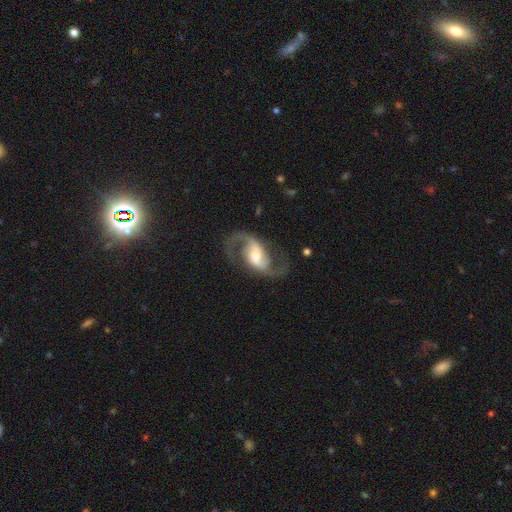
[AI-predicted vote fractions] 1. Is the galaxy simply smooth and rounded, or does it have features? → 90% featured or disk, 6% smooth, 4% star or artifact.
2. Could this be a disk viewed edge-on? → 97% no, 3% yes.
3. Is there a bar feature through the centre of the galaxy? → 45% weak, 28% no, 27% strong.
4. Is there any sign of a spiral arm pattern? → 97% yes, 3% no.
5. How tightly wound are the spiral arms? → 49% loose, 43% medium, 7% tight.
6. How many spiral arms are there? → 94% 2, 2% can't tell, 2% 1, 1% 3, 1% 4, 1% more than 4.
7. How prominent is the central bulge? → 49% moderate, 27% small, 18% large, 3% none, 3% dominant.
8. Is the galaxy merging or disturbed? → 75% none, 13% minor disturbance, 10% major disturbance, 2% merger.